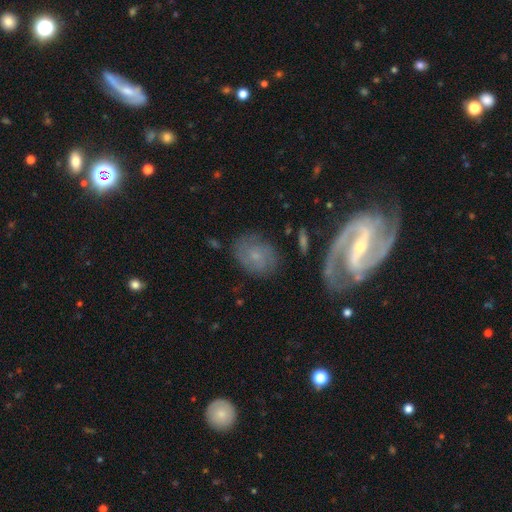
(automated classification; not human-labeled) Smooth or featured: featured or disk — 51% (smooth — 39%)
Edge-on disk: no — 95% (yes — 5%)
Merging: none — 72% (minor disturbance — 16%)